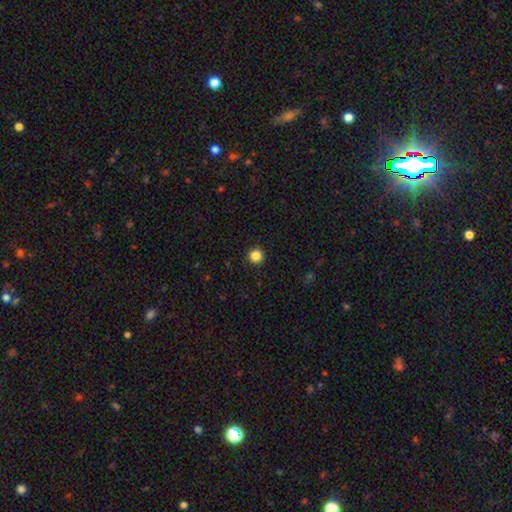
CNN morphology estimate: Overall: smooth (85%). How rounded: round (96%). Merging: none (94%).